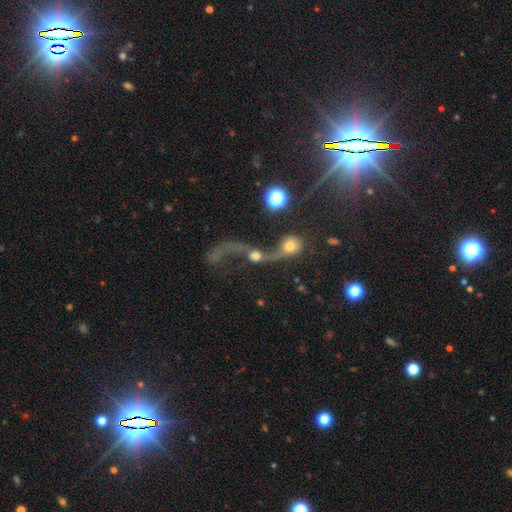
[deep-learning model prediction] Smooth or featured?
  - featured or disk: 59% *
  - smooth: 27%
  - star or artifact: 14%
Edge-on disk?
  - no: 92% *
  - yes: 8%
Bar?
  - no: 71% *
  - weak: 22%
  - strong: 7%
Spiral arms?
  - yes: 74% *
  - no: 26%
Bulge size?
  - moderate: 45% *
  - small: 23%
  - large: 20%
  - none: 6%
  - dominant: 6%
Merging?
  - merger: 58% *
  - major disturbance: 19%
  - none: 16%
  - minor disturbance: 7%